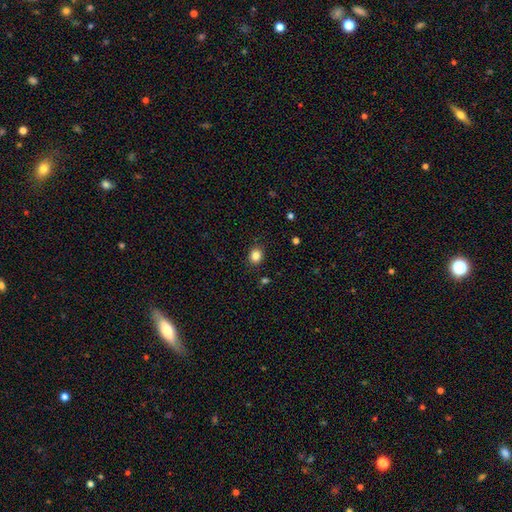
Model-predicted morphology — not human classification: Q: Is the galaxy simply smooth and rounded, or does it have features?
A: smooth — 84%.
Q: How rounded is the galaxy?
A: round — 69%.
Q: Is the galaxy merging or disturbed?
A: none — 89%.